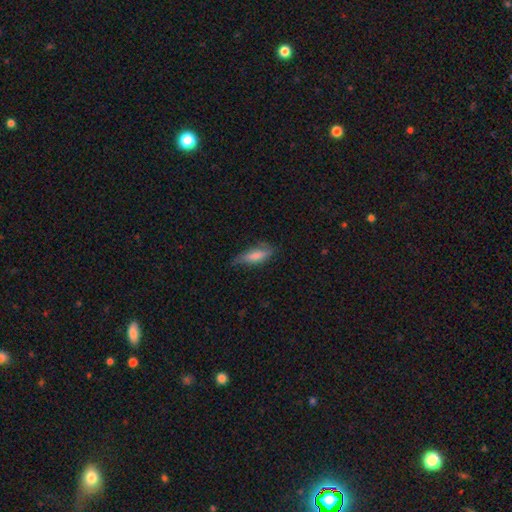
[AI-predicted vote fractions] Q: Smooth or featured?
A: smooth (71%); runner-up: featured or disk (22%)
Q: How rounded?
A: in between (52%); runner-up: cigar-shaped (46%)
Q: Merging?
A: none (55%); runner-up: minor disturbance (34%)